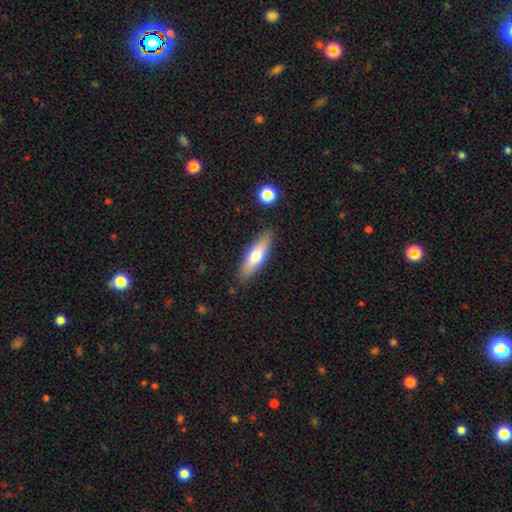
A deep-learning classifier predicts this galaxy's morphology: smooth_or_featured: smooth (p=0.63) [alt: featured or disk p=0.31]
how_rounded: cigar-shaped (p=0.56) [alt: in between p=0.42]
merging: none (p=0.86) [alt: minor disturbance p=0.10]